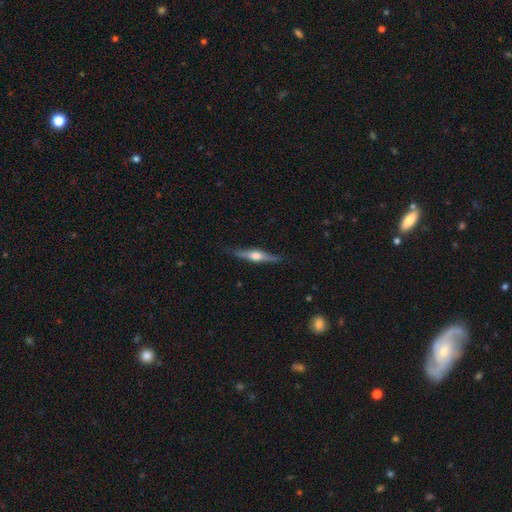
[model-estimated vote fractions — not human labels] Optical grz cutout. It shows a featured or disk galaxy (71%) viewed edge-on (97%) with a rounded central bulge (92%). Merging: none (85%).